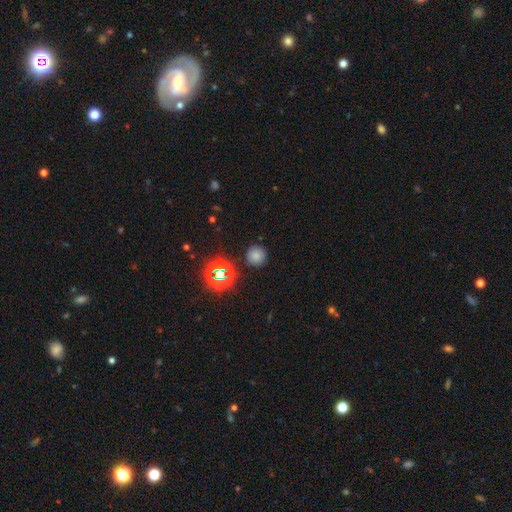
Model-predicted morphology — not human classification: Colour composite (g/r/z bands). It shows a smooth galaxy with no disk features (72%) that is round (94%). Merging: none (87%).